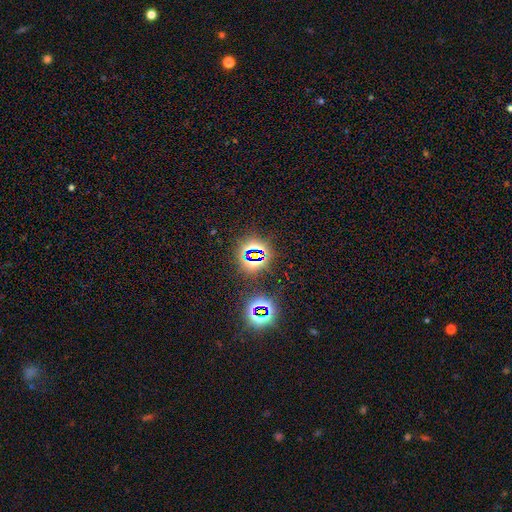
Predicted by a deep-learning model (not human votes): Smooth or featured? Predicted: star or artifact (p=0.75).